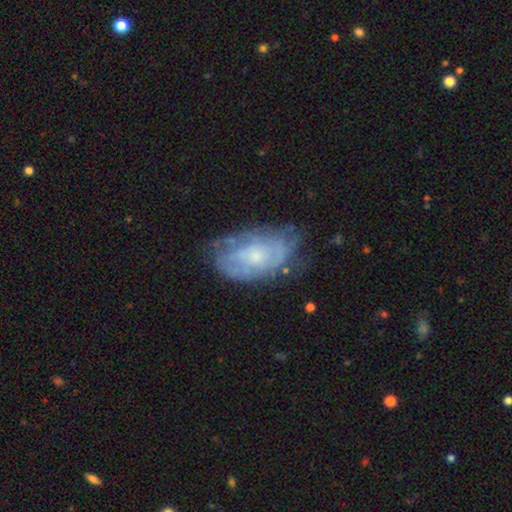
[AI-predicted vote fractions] Smooth or featured: featured or disk — 65% (smooth — 28%)
Edge-on disk: no — 95% (yes — 5%)
Bar: no — 79% (weak — 18%)
Spiral arms: yes — 65% (no — 35%)
Bulge size: small — 54% (moderate — 35%)
Merging: none — 61% (minor disturbance — 26%)